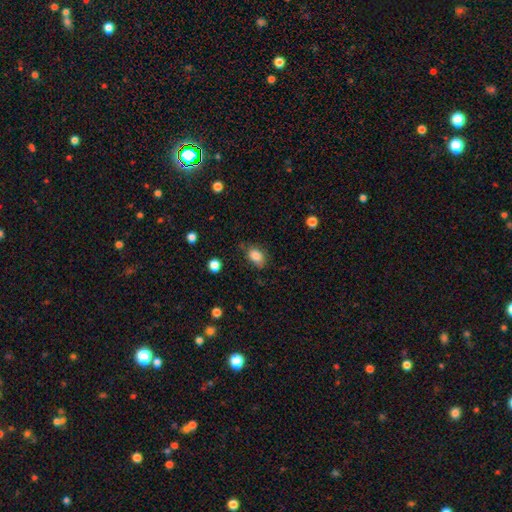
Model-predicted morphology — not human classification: smooth_or_featured: smooth (p=0.85) [alt: star or artifact p=0.09]
how_rounded: in between (p=0.83) [alt: round p=0.15]
merging: none (p=0.73) [alt: minor disturbance p=0.19]